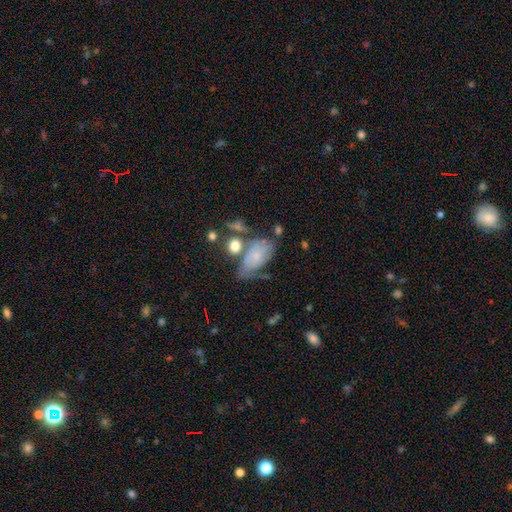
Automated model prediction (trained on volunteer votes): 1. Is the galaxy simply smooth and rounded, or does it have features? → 57% smooth, 34% featured or disk, 10% star or artifact.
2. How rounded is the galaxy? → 88% in between, 9% round, 3% cigar-shaped.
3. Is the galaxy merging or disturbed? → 34% none, 28% minor disturbance, 20% merger, 18% major disturbance.